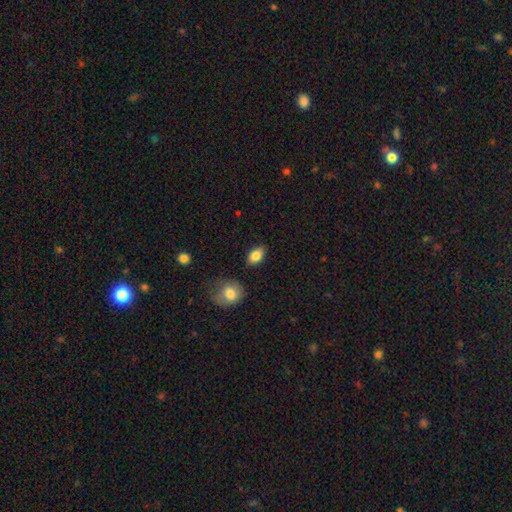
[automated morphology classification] smooth_or_featured: smooth (p=0.84) [alt: featured or disk p=0.08]
how_rounded: in between (p=0.88) [alt: round p=0.10]
merging: none (p=0.85) [alt: minor disturbance p=0.10]